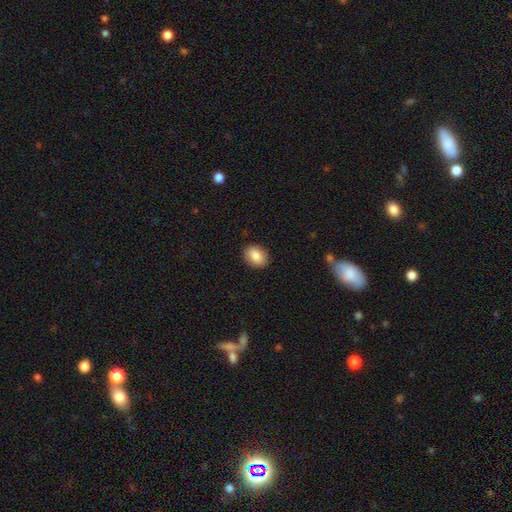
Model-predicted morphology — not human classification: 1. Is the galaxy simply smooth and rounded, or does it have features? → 86% smooth, 8% star or artifact, 7% featured or disk.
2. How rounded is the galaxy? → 68% in between, 30% round, 1% cigar-shaped.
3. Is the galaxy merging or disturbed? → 89% none, 8% minor disturbance, 2% major disturbance, 1% merger.